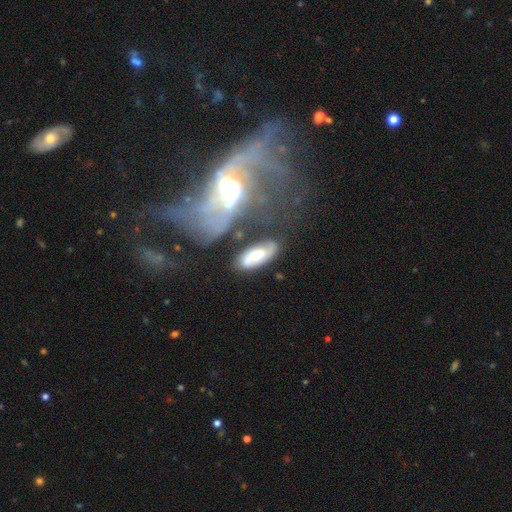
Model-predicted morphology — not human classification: A featured or disk galaxy (53%). Merging: none (62%).